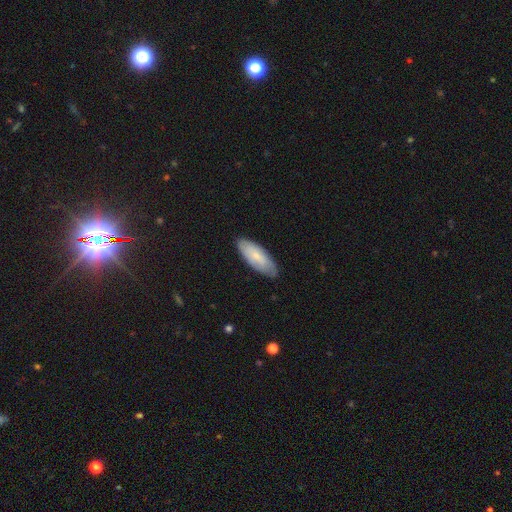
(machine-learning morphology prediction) A smooth galaxy with no disk features (71%) that is in between round and cigar-shaped (74%). Merging: none (81%).